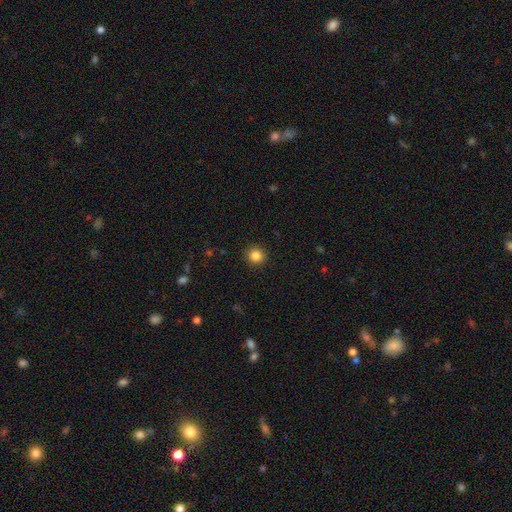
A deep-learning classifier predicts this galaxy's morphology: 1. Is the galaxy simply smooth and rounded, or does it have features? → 85% smooth, 11% star or artifact, 5% featured or disk.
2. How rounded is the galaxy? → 92% round, 7% in between, 1% cigar-shaped.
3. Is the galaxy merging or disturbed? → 91% none, 6% minor disturbance, 2% major disturbance, 1% merger.